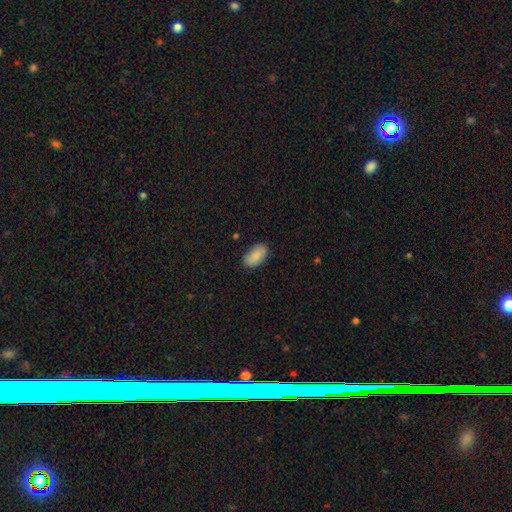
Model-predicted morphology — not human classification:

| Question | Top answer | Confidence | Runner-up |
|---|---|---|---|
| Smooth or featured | smooth | 88% | star or artifact (7%) |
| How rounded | in between | 94% | round (3%) |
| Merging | none | 86% | minor disturbance (11%) |